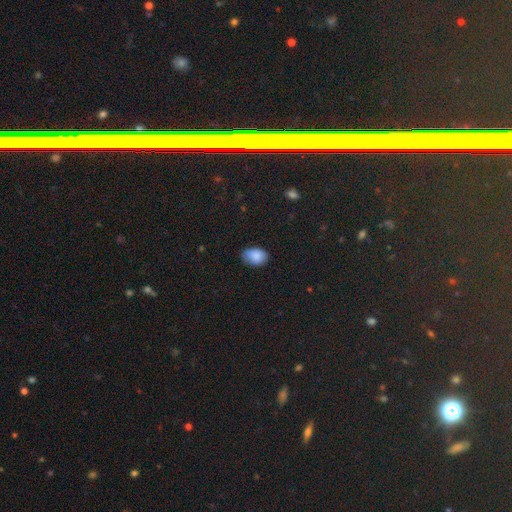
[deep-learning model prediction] Morphology: type=smooth (86%); roundness=in between (83%); merging=none (66%).